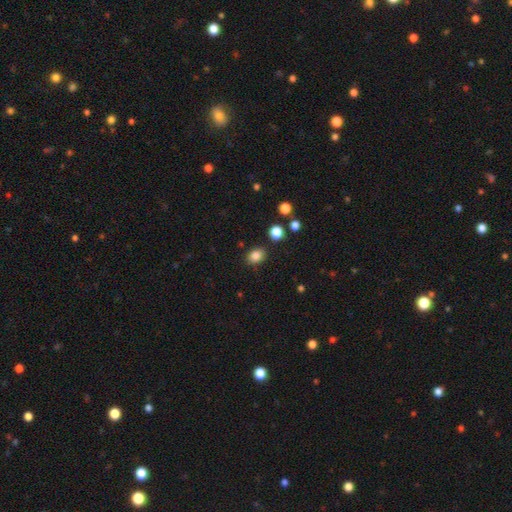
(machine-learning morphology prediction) smooth 84%, star or artifact 11%, featured or disk 5%. Down the decision tree: how rounded — in between (59%); merging — none (84%).